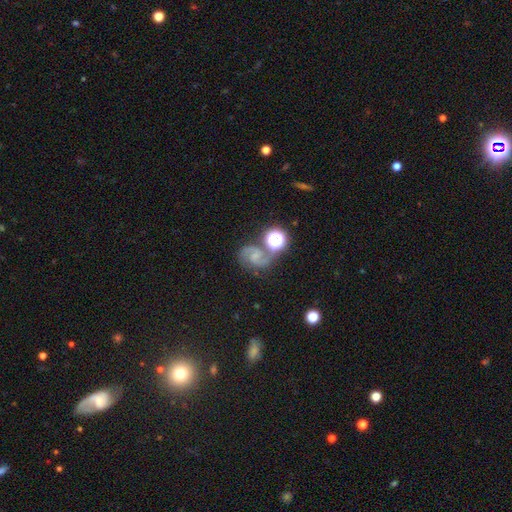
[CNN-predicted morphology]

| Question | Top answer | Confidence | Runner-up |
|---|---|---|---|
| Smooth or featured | featured or disk | 79% | star or artifact (12%) |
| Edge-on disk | no | 98% | yes (2%) |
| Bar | no | 44% | tied: weak (44%) |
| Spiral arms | yes | 97% | no (3%) |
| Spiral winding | medium | 60% | loose (24%) |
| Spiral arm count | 2 | 92% | can't tell (2%) |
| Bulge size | small | 43% | none (30%) |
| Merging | none | 62% | minor disturbance (15%) |